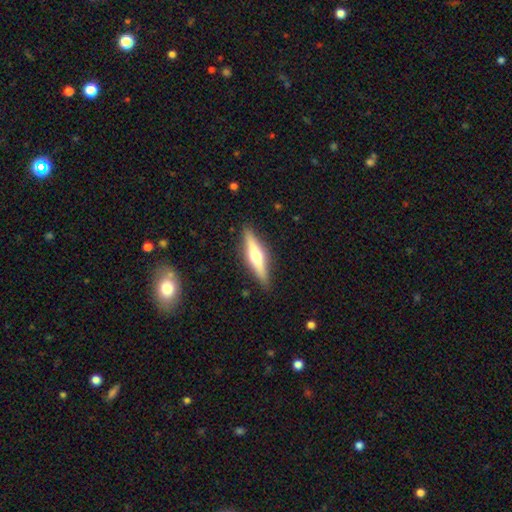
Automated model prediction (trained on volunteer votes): Smooth or featured?
  - featured or disk: 60% *
  - smooth: 34%
  - star or artifact: 5%
Edge-on disk?
  - yes: 96% *
  - no: 4%
Edge-on bulge?
  - rounded: 92% *
  - boxy: 4%
  - none: 4%
Merging?
  - none: 90% *
  - minor disturbance: 8%
  - major disturbance: 2%
  - merger: 1%